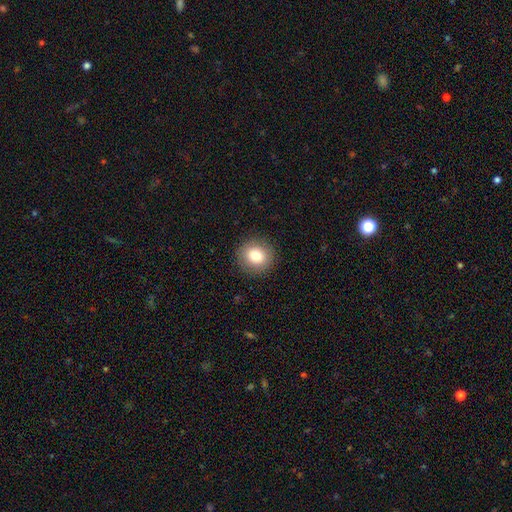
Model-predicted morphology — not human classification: Smooth or featured?
  - smooth: 80% *
  - featured or disk: 11%
  - star or artifact: 10%
How rounded?
  - round: 87% *
  - in between: 12%
  - cigar-shaped: 1%
Merging?
  - none: 90% *
  - minor disturbance: 6%
  - major disturbance: 2%
  - merger: 1%